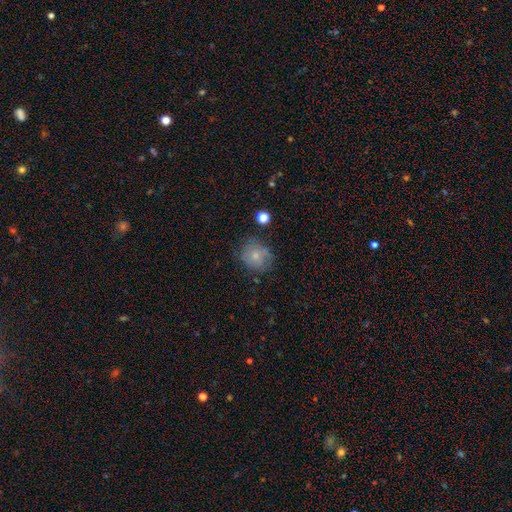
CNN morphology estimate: Q: Smooth or featured?
A: smooth (67%); runner-up: featured or disk (23%)
Q: How rounded?
A: round (77%); runner-up: in between (22%)
Q: Merging?
A: none (66%); runner-up: minor disturbance (23%)